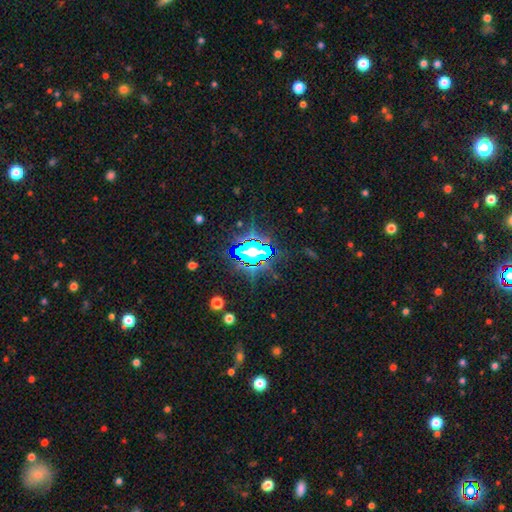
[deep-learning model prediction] Smooth or featured? Predicted: star or artifact (p=0.68).